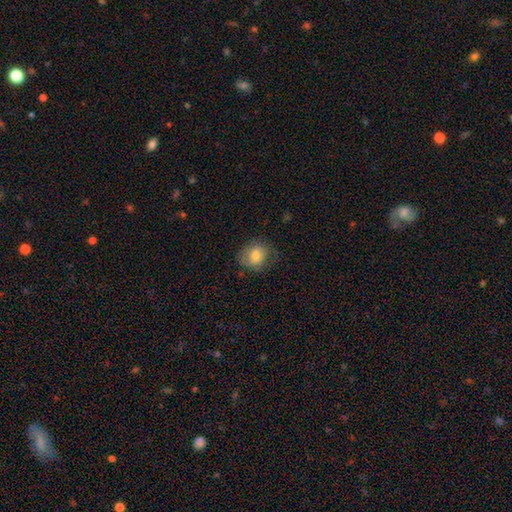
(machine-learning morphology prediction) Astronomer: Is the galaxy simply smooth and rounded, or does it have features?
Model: smooth — 73%.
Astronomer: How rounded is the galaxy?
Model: round — 67%.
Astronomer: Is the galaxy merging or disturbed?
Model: none — 70%.